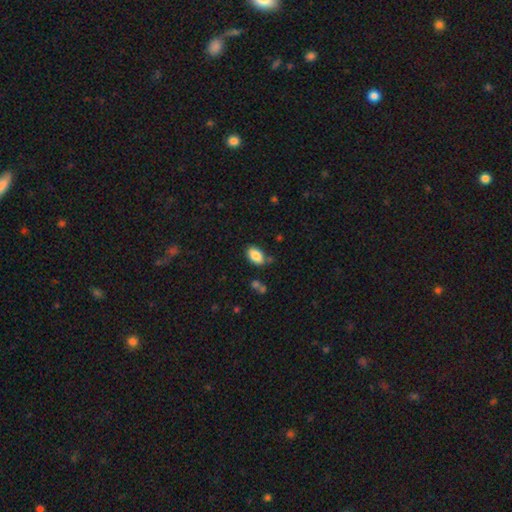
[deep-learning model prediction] Smooth or featured? smooth (86%)
How rounded? in between (92%)
Merging? none (74%)